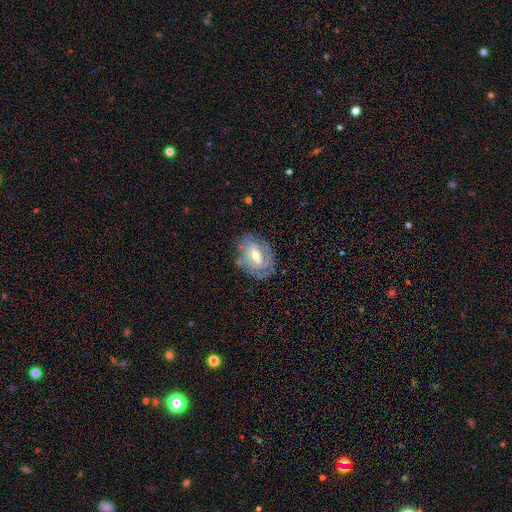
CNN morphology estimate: Smooth or featured? featured or disk (69%)
Edge-on disk? no (94%)
Bar? weak (45%)
Spiral arms? yes (74%)
Bulge size? moderate (68%)
Merging? none (68%)